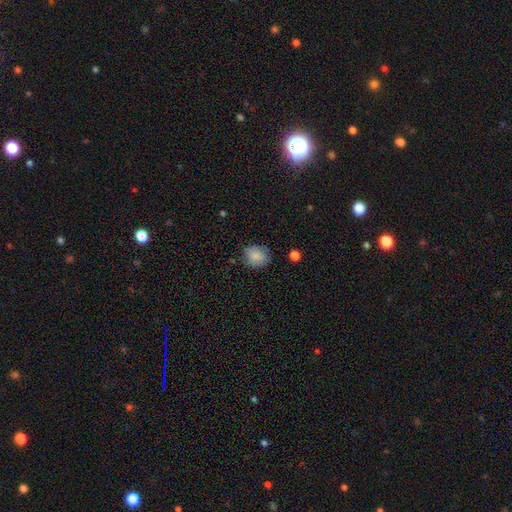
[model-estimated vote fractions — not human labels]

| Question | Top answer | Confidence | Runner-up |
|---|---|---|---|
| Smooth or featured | smooth | 84% | star or artifact (8%) |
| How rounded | round | 60% | in between (39%) |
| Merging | none | 76% | minor disturbance (18%) |